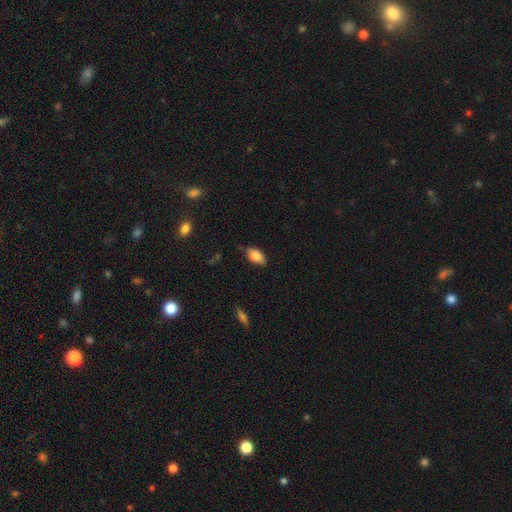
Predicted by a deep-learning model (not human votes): Smooth or featured? smooth (83%)
How rounded? in between (92%)
Merging? none (80%)